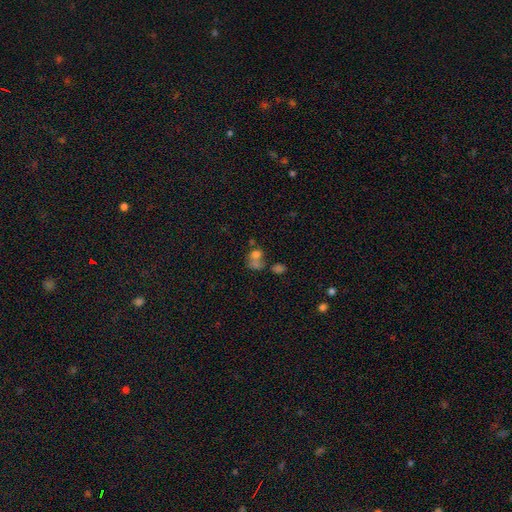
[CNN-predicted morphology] Smooth or featured? Predicted: smooth (p=0.63). How rounded? Predicted: round (p=0.50). Merging? Predicted: merger (p=0.54).